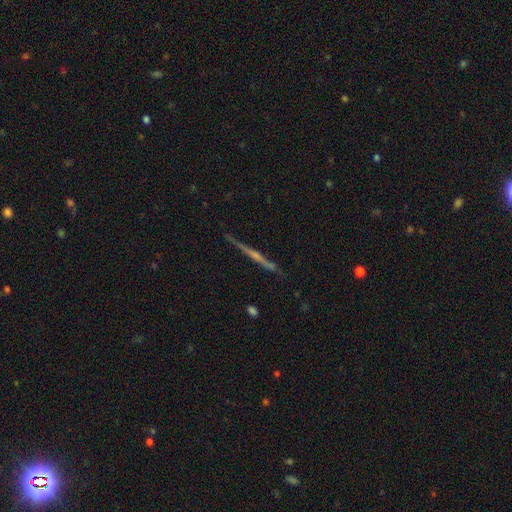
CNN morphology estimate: The model was most divided on "edge-on bulge": rounded: 46%, none: 43%, boxy: 11%. More confident: edge-on disk — yes (98%); merging — none (87%); smooth or featured — featured or disk (75%).